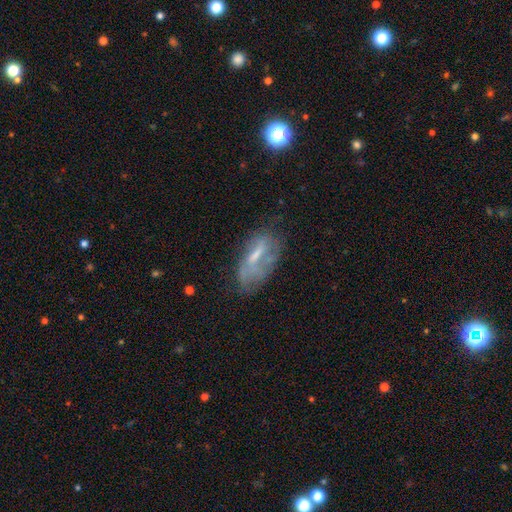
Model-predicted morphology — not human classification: Smooth or featured: featured or disk — 55% (smooth — 35%)
Edge-on disk: no — 88% (yes — 12%)
Merging: none — 49% (minor disturbance — 28%)